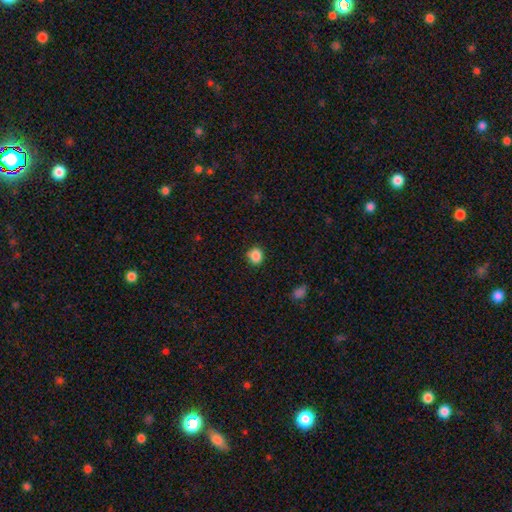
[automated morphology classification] A smooth galaxy with no disk features (86%) that is round (68%).

Vote fractions:
- Smooth or featured? smooth: 86% / star or artifact: 10% / featured or disk: 4%
- How rounded? round: 68% / in between: 32% / cigar-shaped: 1%
- Merging? none: 82% / minor disturbance: 13% / major disturbance: 3% / merger: 2%